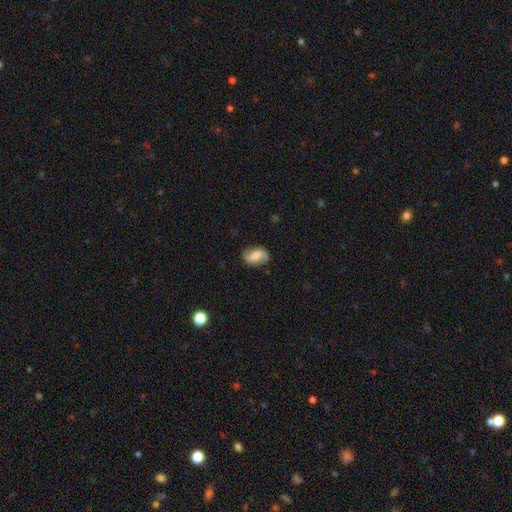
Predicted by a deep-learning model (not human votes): smooth-or-featured: featured or disk: 53% | smooth: 39% | star or artifact: 8%
  disk-edge-on: no: 96% | yes: 4%
    bar: weak: 42% | no: 36% | strong: 22%
    has-spiral-arms: yes: 90% | no: 10%
    bulge-size: moderate: 39% | small: 29% | none: 16% | large: 12% | dominant: 3%
  merging: none: 77% | minor disturbance: 17% | major disturbance: 5% | merger: 1%